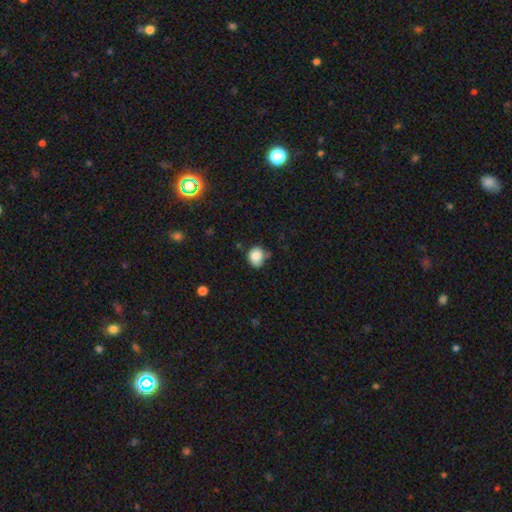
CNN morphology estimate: This is clearly a smooth galaxy (84%). How rounded: likely round (65%). Merging: possibly none (58%).